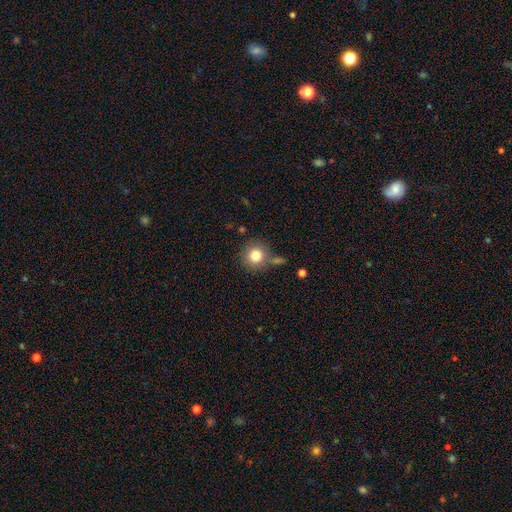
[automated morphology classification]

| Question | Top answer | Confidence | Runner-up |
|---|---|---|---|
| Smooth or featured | smooth | 81% | star or artifact (10%) |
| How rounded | round | 92% | in between (7%) |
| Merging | none | 71% | minor disturbance (12%) |